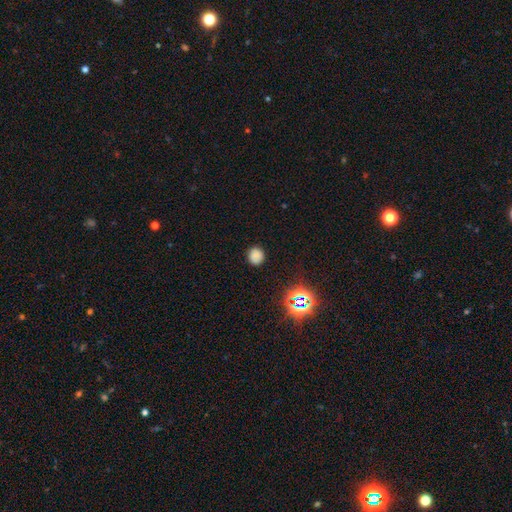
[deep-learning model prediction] Morphology: type=smooth (79%); roundness=round (85%); merging=none (86%).